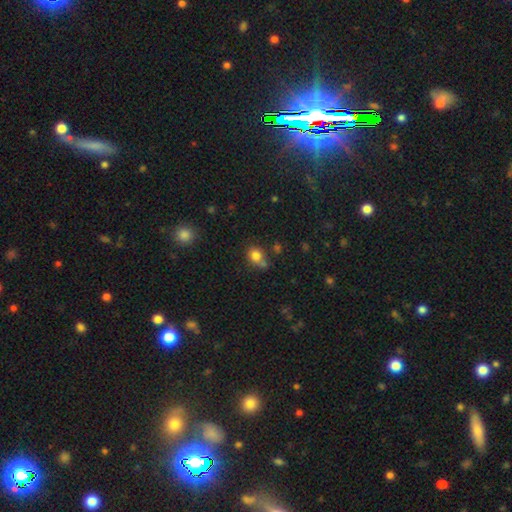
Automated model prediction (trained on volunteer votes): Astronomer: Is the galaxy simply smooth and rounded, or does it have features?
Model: smooth — 80%.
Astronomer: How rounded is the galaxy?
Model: round — 58% (runner-up: in between, 41%).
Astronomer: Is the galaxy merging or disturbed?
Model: none — 55%.